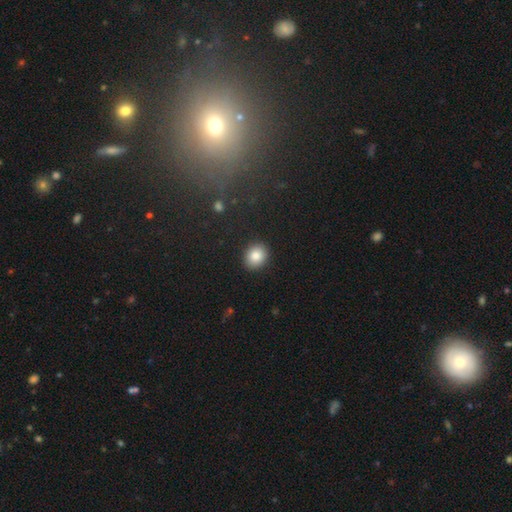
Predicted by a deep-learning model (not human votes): Smooth or featured?
  - smooth: 85% *
  - star or artifact: 8%
  - featured or disk: 6%
How rounded?
  - round: 60% *
  - in between: 40%
  - cigar-shaped: 1%
Merging?
  - none: 90% *
  - minor disturbance: 7%
  - major disturbance: 2%
  - merger: 1%